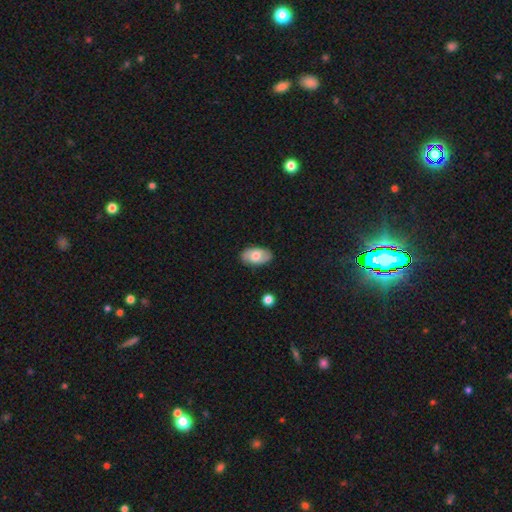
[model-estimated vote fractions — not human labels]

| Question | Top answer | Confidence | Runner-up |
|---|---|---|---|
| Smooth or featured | smooth | 55% | featured or disk (38%) |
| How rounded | in between | 92% | round (6%) |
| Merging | none | 84% | minor disturbance (12%) |